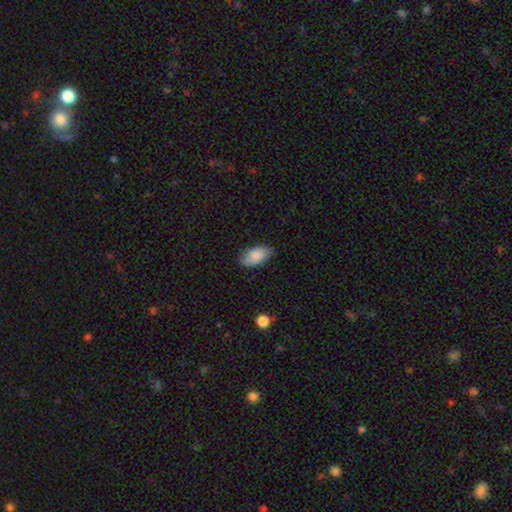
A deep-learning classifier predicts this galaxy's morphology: Smooth or featured? smooth (85%)
How rounded? in between (94%)
Merging? none (80%)